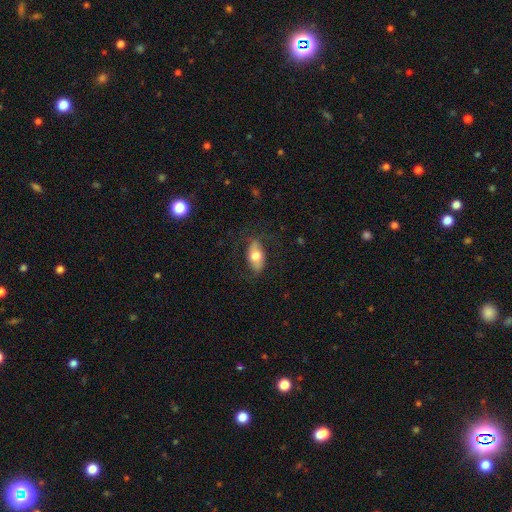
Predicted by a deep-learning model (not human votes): Q: Smooth or featured?
A: smooth (64%); runner-up: featured or disk (29%)
Q: How rounded?
A: in between (91%); runner-up: round (5%)
Q: Merging?
A: none (73%); runner-up: minor disturbance (16%)